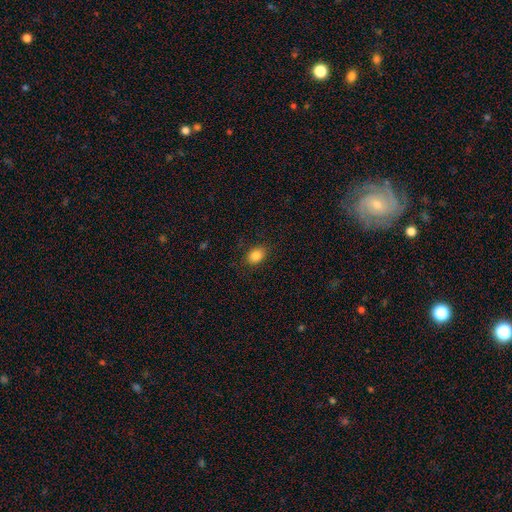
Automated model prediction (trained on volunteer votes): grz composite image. It shows a smooth galaxy with no disk features (86%) that is in between round and cigar-shaped (66%). Merging: none (85%).